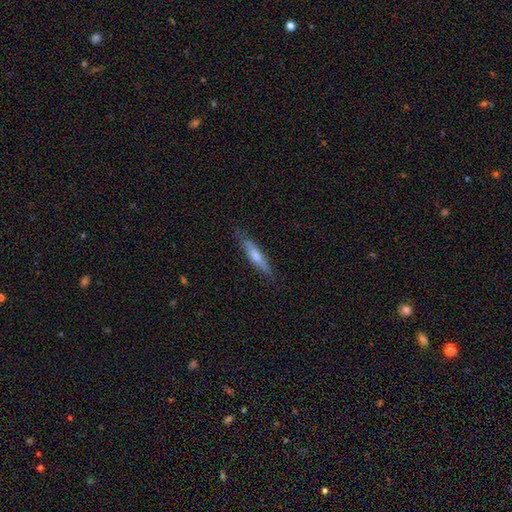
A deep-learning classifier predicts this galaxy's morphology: Overall: smooth (61%; featured or disk 33%). How rounded: cigar-shaped (86%). Merging: none (82%).